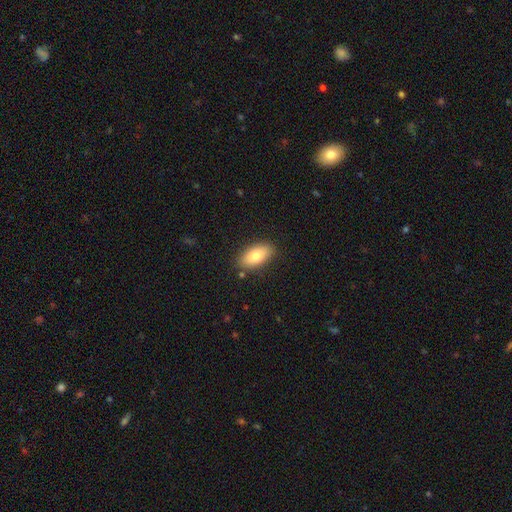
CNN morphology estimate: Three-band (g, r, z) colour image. It shows a smooth galaxy with no disk features (77%) that is in between round and cigar-shaped (90%). Merging: none (85%).